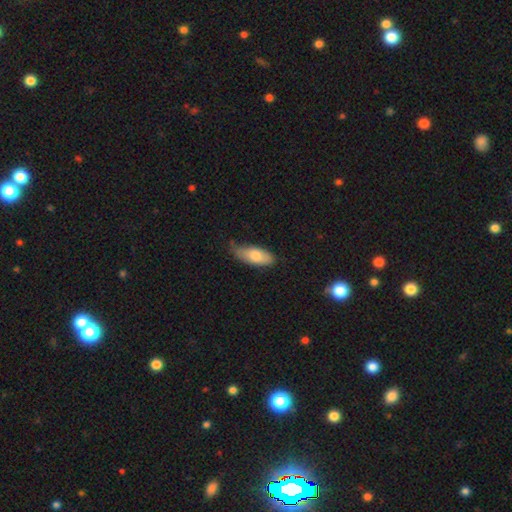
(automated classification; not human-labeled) Overall: smooth (77%). How rounded: in between (79%). Merging: none (62%; minor disturbance 31%).